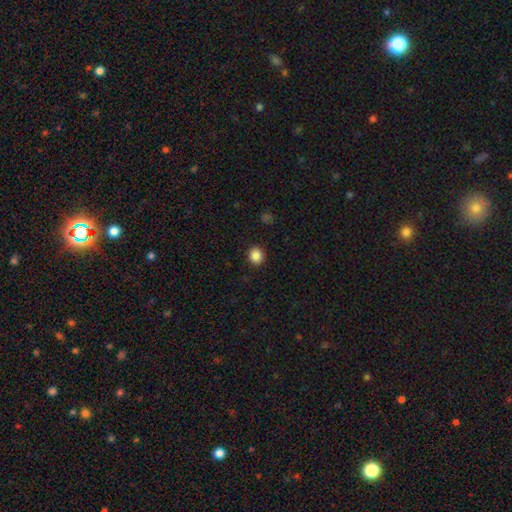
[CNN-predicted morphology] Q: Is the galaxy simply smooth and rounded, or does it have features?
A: smooth — 87%.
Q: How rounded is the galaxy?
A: round — 75%.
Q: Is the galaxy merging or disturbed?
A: none — 91%.